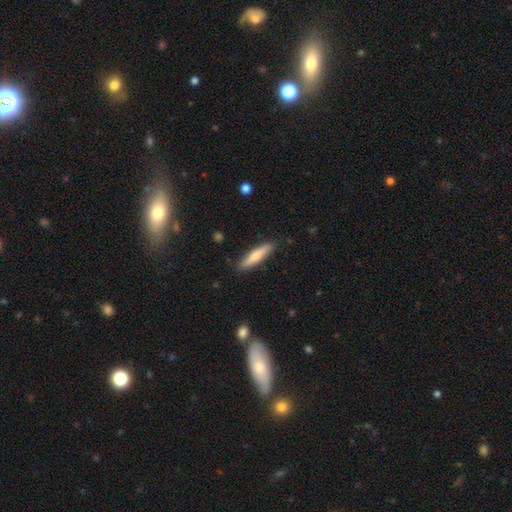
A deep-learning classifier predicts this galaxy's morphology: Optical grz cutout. It shows a smooth galaxy with no disk features (70%) that is cigar-shaped (82%). Merging: none (87%).